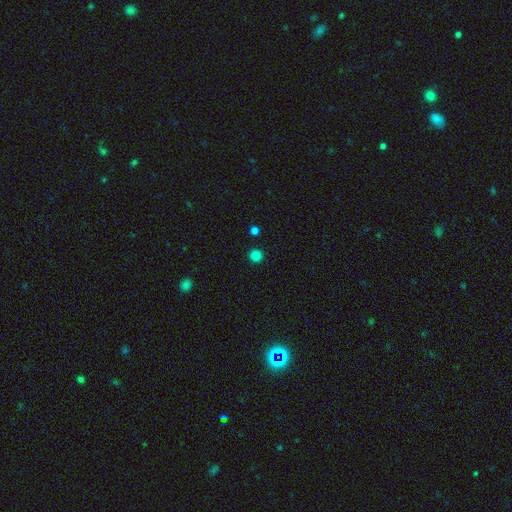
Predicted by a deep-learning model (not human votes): This is clearly a smooth galaxy (83%). How rounded: clearly round (96%). Merging: clearly none (91%).